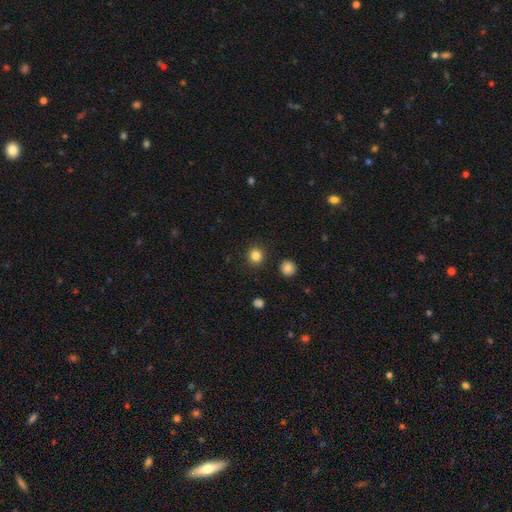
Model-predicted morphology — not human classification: Overall: smooth (83%). How rounded: round (92%). Merging: none (91%).